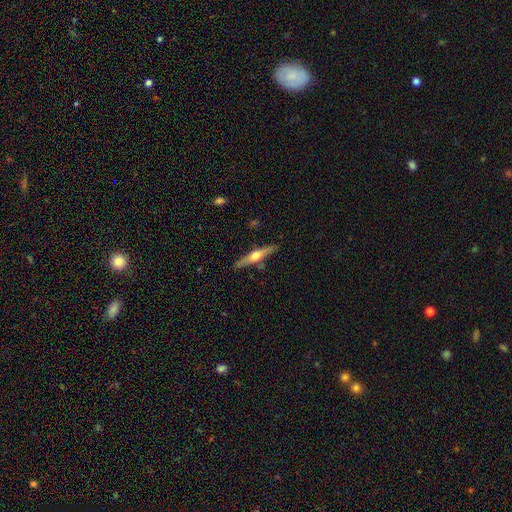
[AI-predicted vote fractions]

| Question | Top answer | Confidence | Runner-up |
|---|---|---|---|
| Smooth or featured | featured or disk | 70% | smooth (24%) |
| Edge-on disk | yes | 97% | no (3%) |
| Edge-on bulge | rounded | 93% | boxy (4%) |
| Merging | none | 86% | minor disturbance (9%) |